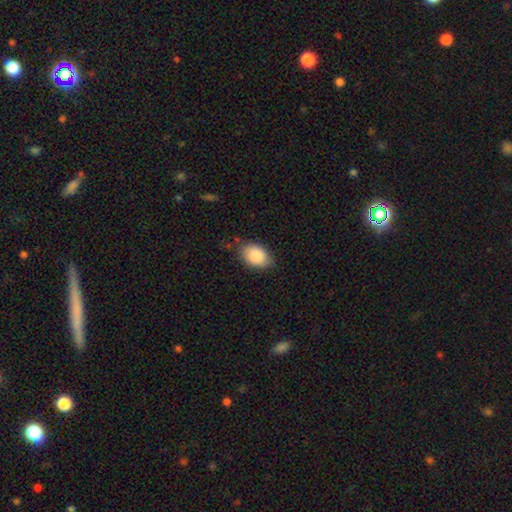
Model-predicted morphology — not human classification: This is clearly a smooth galaxy (89%). How rounded: clearly in between (86%). Merging: likely none (79%).